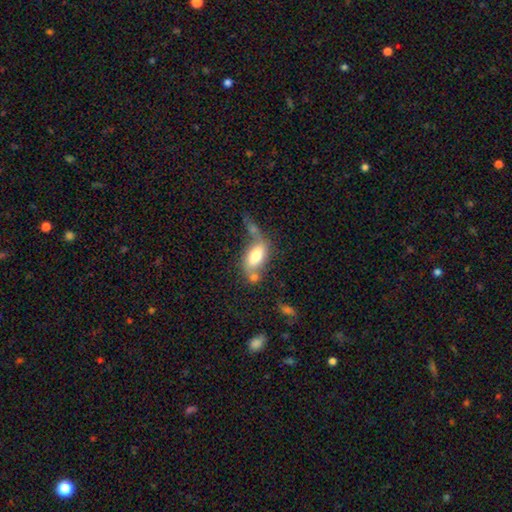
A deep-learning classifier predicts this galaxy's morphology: Smooth or featured? smooth (69%)
How rounded? in between (88%)
Merging? none (37%)